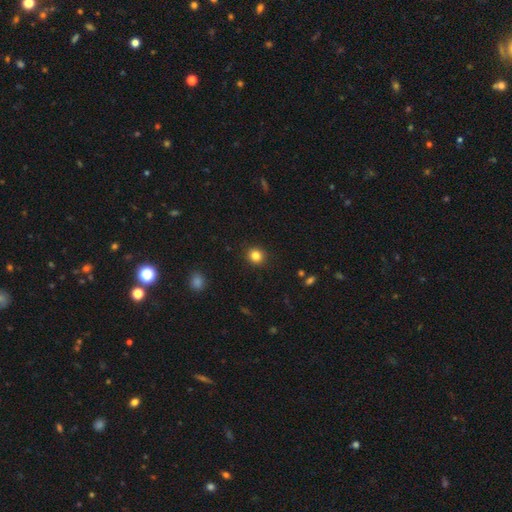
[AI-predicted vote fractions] A smooth galaxy with no disk features (83%) that is round (87%). Merging: none (91%).